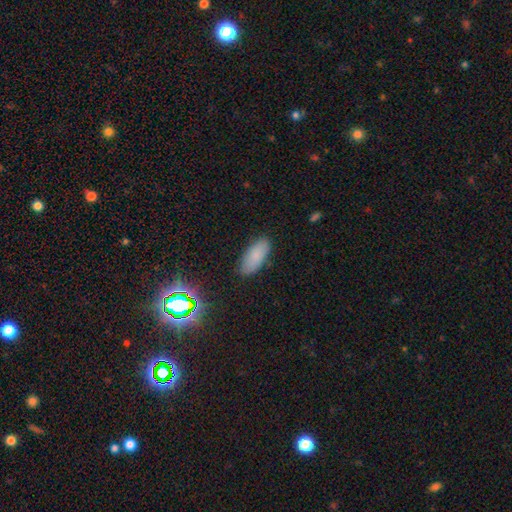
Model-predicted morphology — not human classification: smooth_or_featured: smooth (p=0.81) [alt: star or artifact p=0.11]
how_rounded: in between (p=0.85) [alt: cigar-shaped p=0.13]
merging: none (p=0.86) [alt: minor disturbance p=0.11]